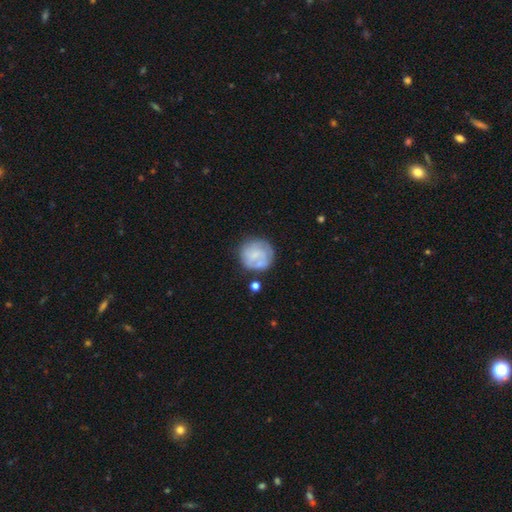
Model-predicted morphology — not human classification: Smooth or featured?
  - featured or disk: 47% *
  - smooth: 46%
  - star or artifact: 7%
Merging?
  - none: 65% *
  - minor disturbance: 19%
  - major disturbance: 9%
  - merger: 6%